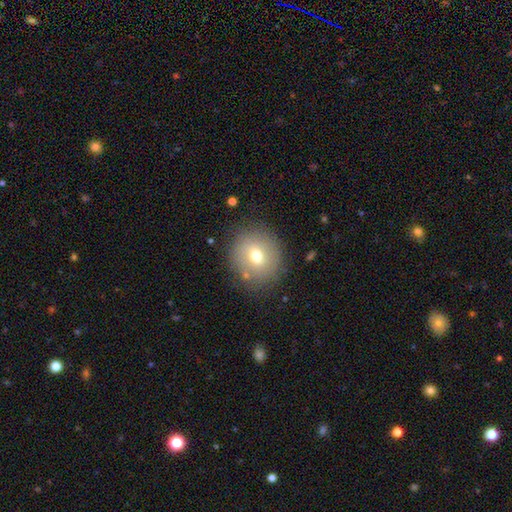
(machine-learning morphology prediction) A smooth galaxy with no disk features (66%) that is round (86%).

Vote fractions:
- Smooth or featured? smooth: 66% / featured or disk: 22% / star or artifact: 12%
- How rounded? round: 86% / in between: 13% / cigar-shaped: 1%
- Merging? none: 83% / minor disturbance: 11% / major disturbance: 4% / merger: 2%